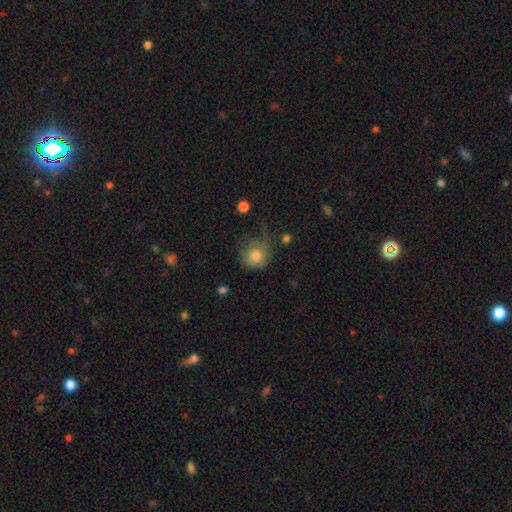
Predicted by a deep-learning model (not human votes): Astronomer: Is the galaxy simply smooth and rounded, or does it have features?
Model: smooth — 77%.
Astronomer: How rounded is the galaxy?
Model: round — 79%.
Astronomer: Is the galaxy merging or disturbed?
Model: none — 43% (runner-up: minor disturbance, 29%).